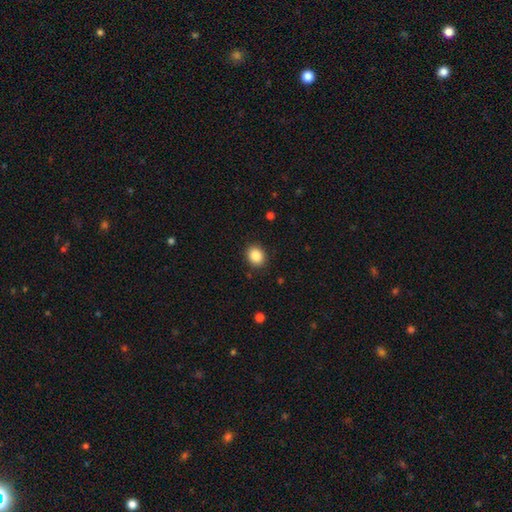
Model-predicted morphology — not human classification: smooth-or-featured: smooth: 87% | star or artifact: 9% | featured or disk: 4%
  how-rounded: round: 59% | in between: 40% | cigar-shaped: 1%
  merging: none: 88% | minor disturbance: 8% | major disturbance: 2% | merger: 1%